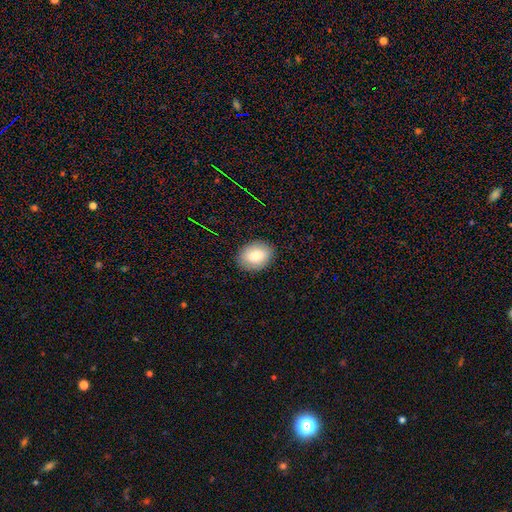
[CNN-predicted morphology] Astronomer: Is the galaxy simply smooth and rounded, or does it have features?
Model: smooth — 85%.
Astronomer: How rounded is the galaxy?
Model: in between — 74%.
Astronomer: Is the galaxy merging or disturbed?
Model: none — 88%.